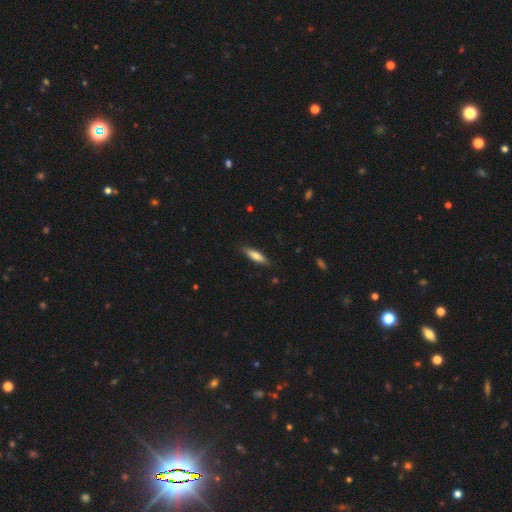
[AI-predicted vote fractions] The model was most divided on "how rounded": cigar-shaped: 69%, in between: 29%, round: 2%. More confident: merging — none (86%); smooth or featured — smooth (69%).